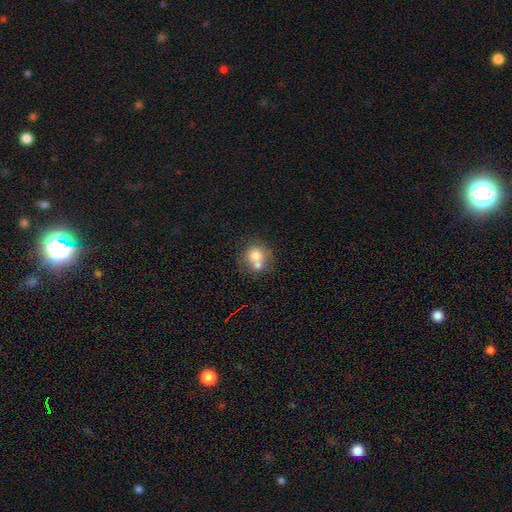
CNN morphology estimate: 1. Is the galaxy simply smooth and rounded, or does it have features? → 72% smooth, 18% featured or disk, 10% star or artifact.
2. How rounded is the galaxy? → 80% round, 19% in between, 1% cigar-shaped.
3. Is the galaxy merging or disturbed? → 50% merger, 37% none, 9% minor disturbance, 4% major disturbance.